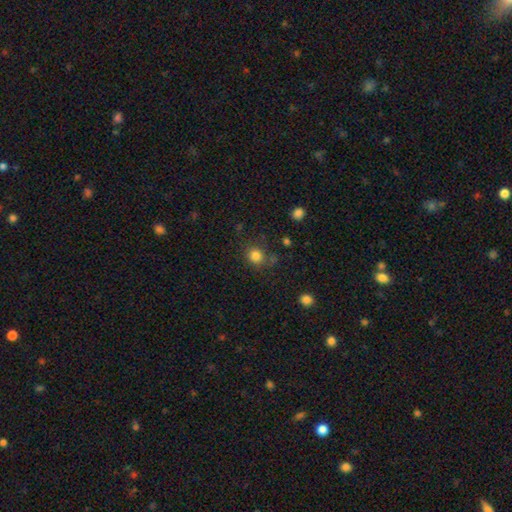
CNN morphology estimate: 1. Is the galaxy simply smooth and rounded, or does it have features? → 82% smooth, 13% star or artifact, 5% featured or disk.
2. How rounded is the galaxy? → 84% round, 15% in between, 1% cigar-shaped.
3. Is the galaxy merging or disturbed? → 77% none, 13% minor disturbance, 6% merger, 5% major disturbance.